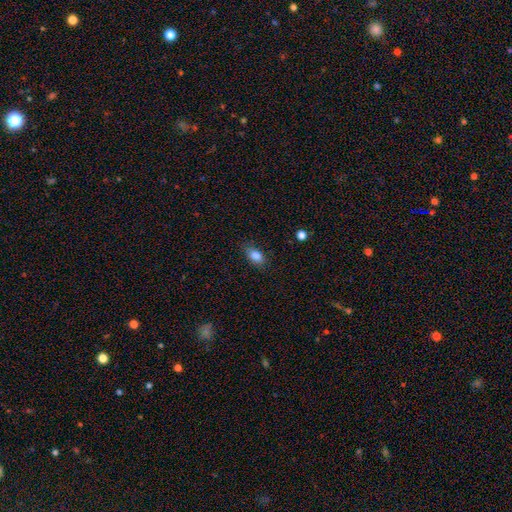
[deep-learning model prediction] smooth_or_featured: smooth (p=0.85) [alt: star or artifact p=0.08]
how_rounded: in between (p=0.86) [alt: round p=0.10]
merging: none (p=0.78) [alt: minor disturbance p=0.17]